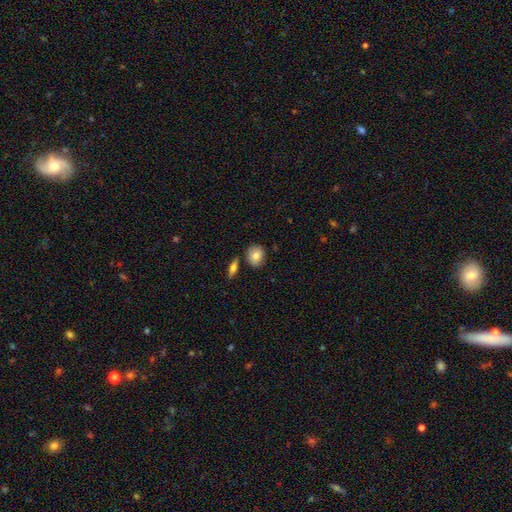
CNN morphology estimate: smooth-or-featured: smooth: 83% | featured or disk: 10% | star or artifact: 7%
  how-rounded: round: 61% | in between: 37% | cigar-shaped: 2%
  merging: none: 77% | minor disturbance: 12% | merger: 8% | major disturbance: 2%